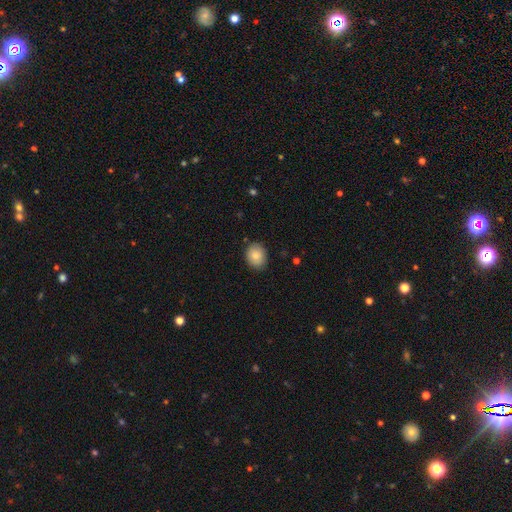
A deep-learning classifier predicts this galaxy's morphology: type=smooth (84%); roundness=round (58%); merging=none (86%).